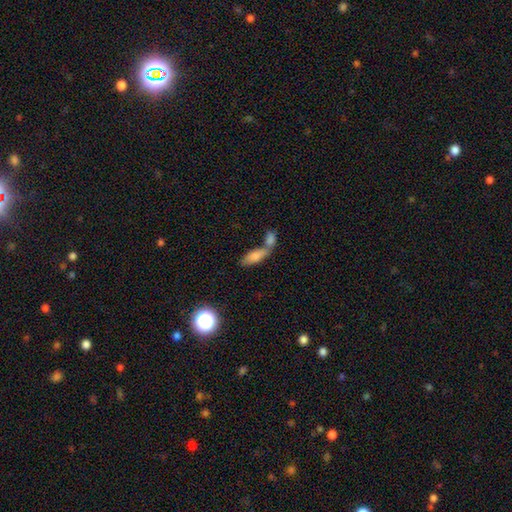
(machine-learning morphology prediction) The model was most divided on "merging": merger: 61%, none: 25%, minor disturbance: 9%, major disturbance: 5%. More confident: smooth or featured — smooth (77%); how rounded — in between (73%).